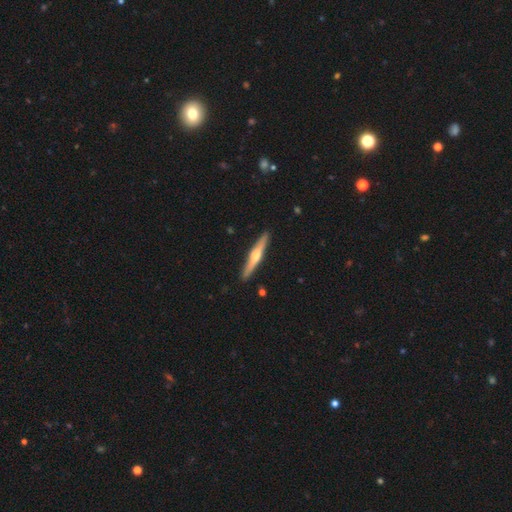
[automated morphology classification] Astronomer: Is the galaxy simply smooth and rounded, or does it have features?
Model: featured or disk — 66%.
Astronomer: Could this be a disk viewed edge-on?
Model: yes — 98%.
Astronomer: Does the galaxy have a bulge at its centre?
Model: rounded — 89%.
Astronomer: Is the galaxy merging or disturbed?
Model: none — 91%.